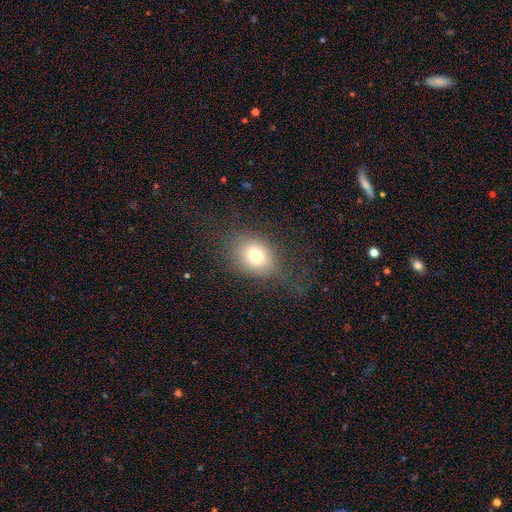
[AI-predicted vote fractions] This appears to be a smooth galaxy with no disk features (73%) that is round (50%). Merging: none (63%).